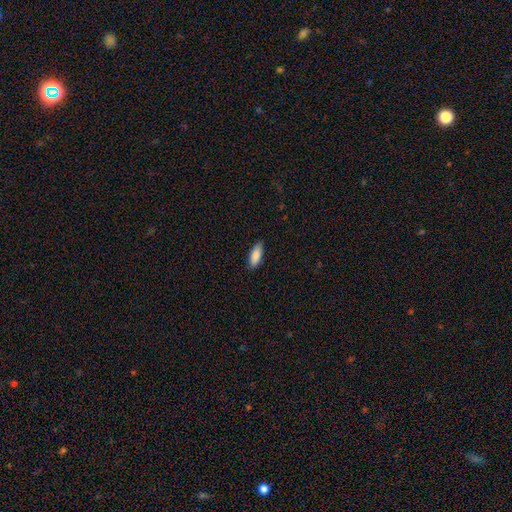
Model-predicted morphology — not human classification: A smooth galaxy with no disk features (89%) that is in between round and cigar-shaped (72%). Merging: none (87%).